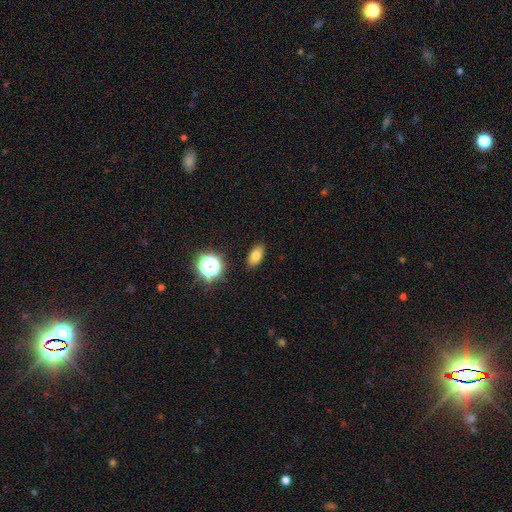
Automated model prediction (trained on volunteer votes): smooth 78%, star or artifact 13%, featured or disk 10%. Down the decision tree: how rounded — in between (86%); merging — none (87%).